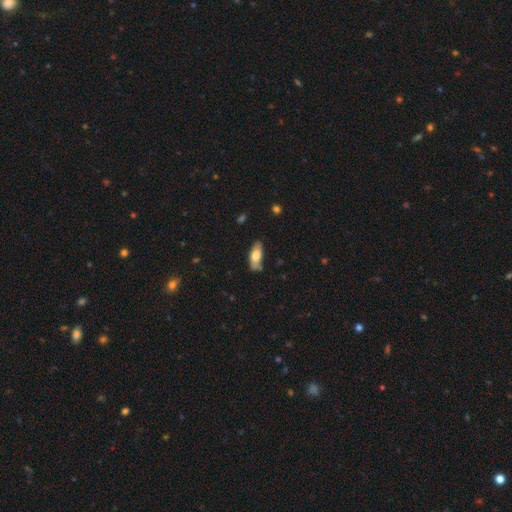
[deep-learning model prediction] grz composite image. It shows a smooth galaxy with no disk features (72%) that is in between round and cigar-shaped (79%). Merging: none (71%).